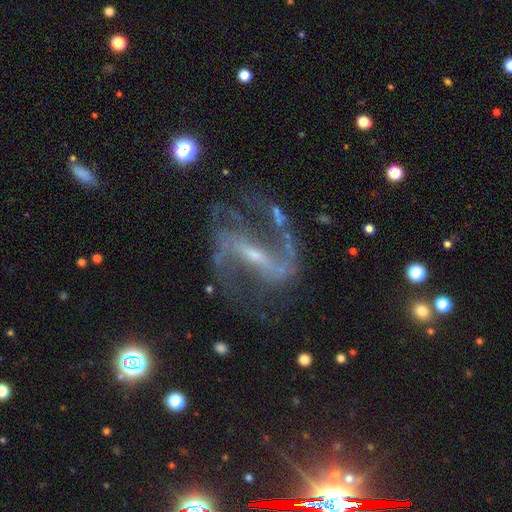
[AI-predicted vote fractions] Morphology: type=featured or disk (91%); edge-on=no (97%); bar=strong (60%); spiral arms=yes (97%); winding=medium (51%); arm count=2 (87%); bulge=small (69%); merging=none (67%).